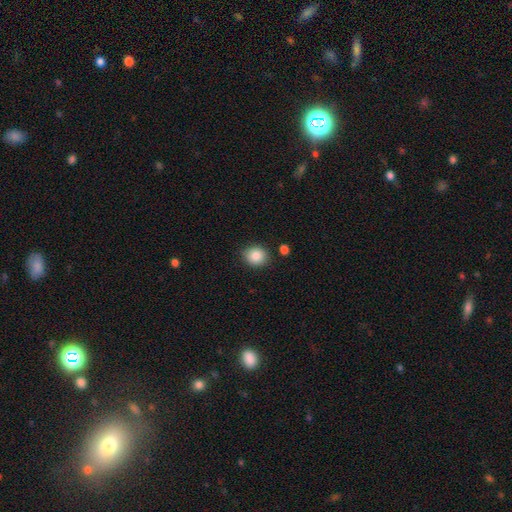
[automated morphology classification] smooth 87%, star or artifact 8%, featured or disk 5%. Down the decision tree: how rounded — round (72%); merging — none (85%).